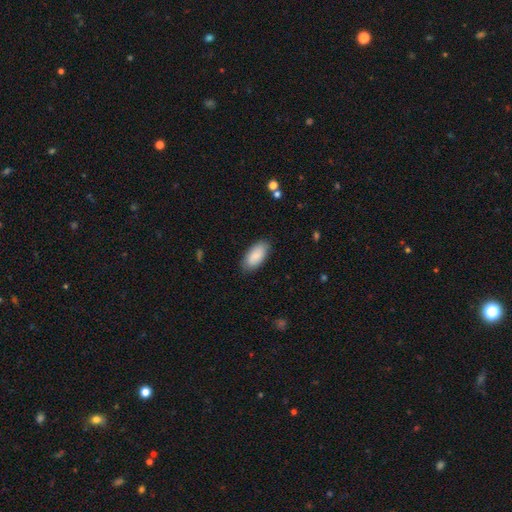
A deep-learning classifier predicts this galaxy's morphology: smooth 88%, featured or disk 6%, star or artifact 6%. Down the decision tree: how rounded — in between (93%); merging — none (85%).